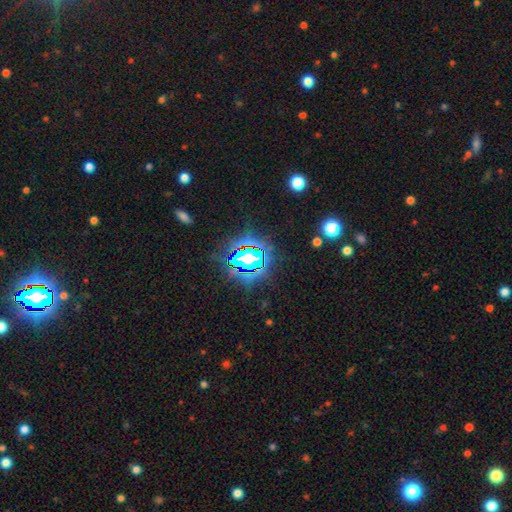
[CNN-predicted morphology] smooth_or_featured: star or artifact (p=0.81) [alt: smooth p=0.12]